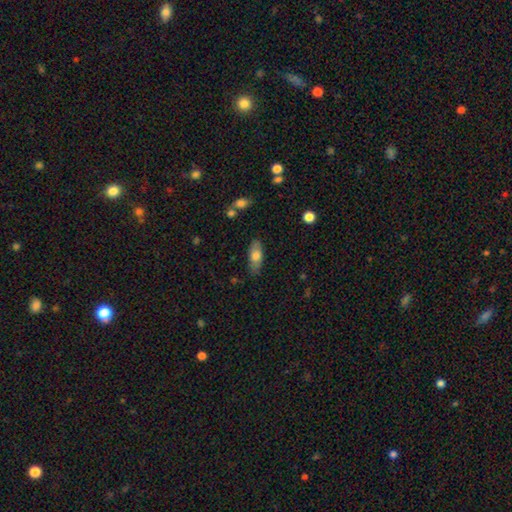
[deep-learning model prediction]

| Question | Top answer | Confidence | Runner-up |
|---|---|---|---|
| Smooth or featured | smooth | 71% | featured or disk (23%) |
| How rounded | in between | 79% | cigar-shaped (18%) |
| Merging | none | 81% | minor disturbance (15%) |